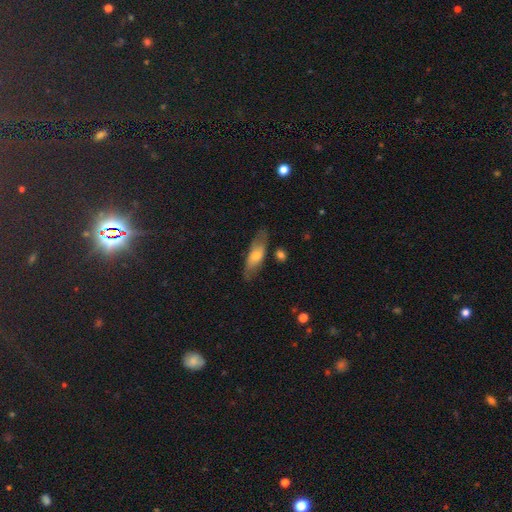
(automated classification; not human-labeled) Morphology: type=smooth (55%); roundness=in between (58%); merging=none (75%).